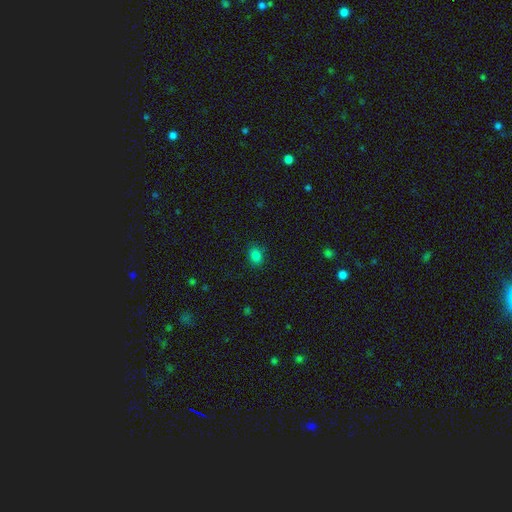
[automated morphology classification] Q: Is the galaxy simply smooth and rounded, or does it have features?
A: smooth — 81%.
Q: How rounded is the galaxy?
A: in between — 62%.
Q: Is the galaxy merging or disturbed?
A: none — 84%.